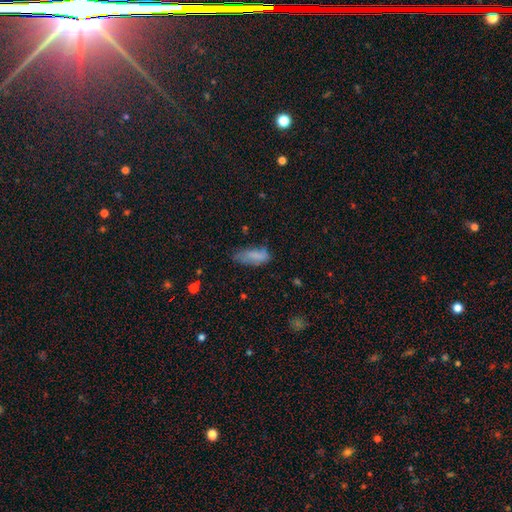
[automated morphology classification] smooth-or-featured: smooth: 78% | featured or disk: 13% | star or artifact: 9%
  how-rounded: in between: 73% | cigar-shaped: 25% | round: 2%
  merging: none: 49% | minor disturbance: 35% | major disturbance: 13% | merger: 3%